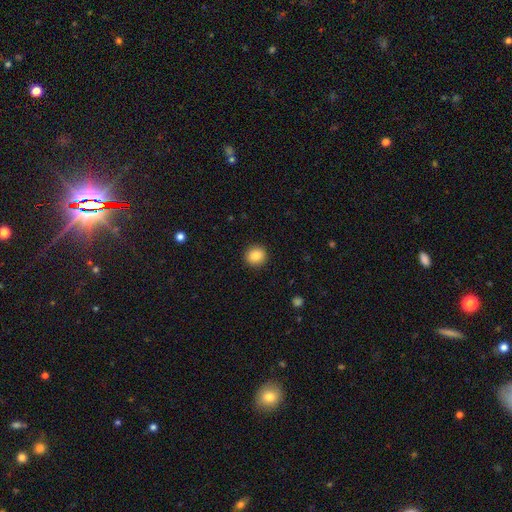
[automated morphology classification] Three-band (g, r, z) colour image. It shows a smooth galaxy with no disk features (86%) that is round (89%). Merging: none (92%).